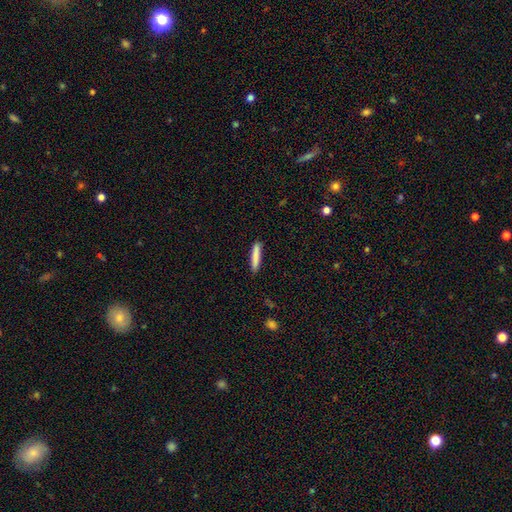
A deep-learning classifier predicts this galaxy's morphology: smooth 83%, featured or disk 11%, star or artifact 6%. Down the decision tree: how rounded — cigar-shaped (91%); merging — none (89%).